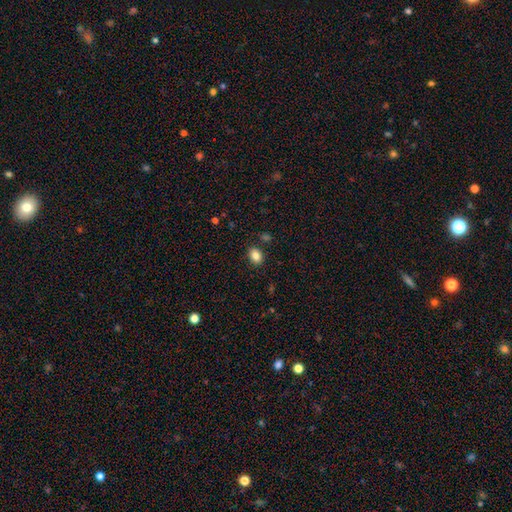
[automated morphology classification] This appears to be a smooth galaxy with no disk features (84%) that is in between round and cigar-shaped (66%). Merging: none (86%).